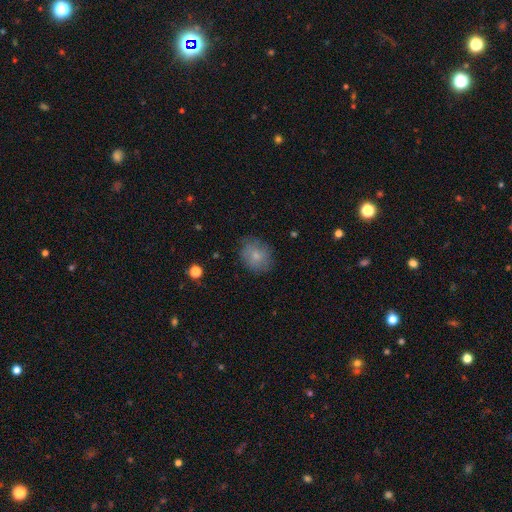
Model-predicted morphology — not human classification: The model was most divided on "how rounded": round: 62%, in between: 37%, cigar-shaped: 1%. More confident: merging — none (79%); smooth or featured — smooth (78%).